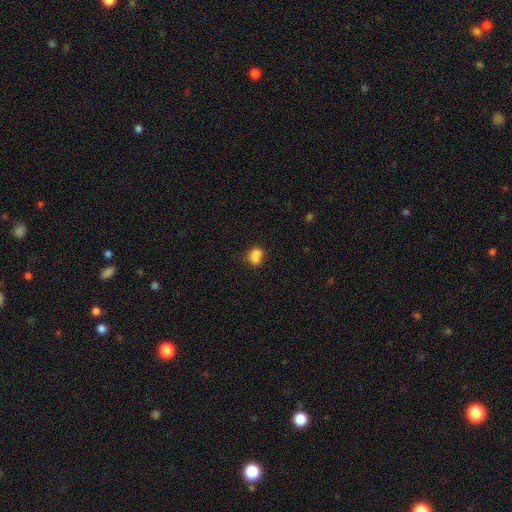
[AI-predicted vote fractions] Q: Smooth or featured?
A: smooth (75%); runner-up: featured or disk (14%)
Q: How rounded?
A: in between (55%); runner-up: round (43%)
Q: Merging?
A: merger (46%); runner-up: none (33%)